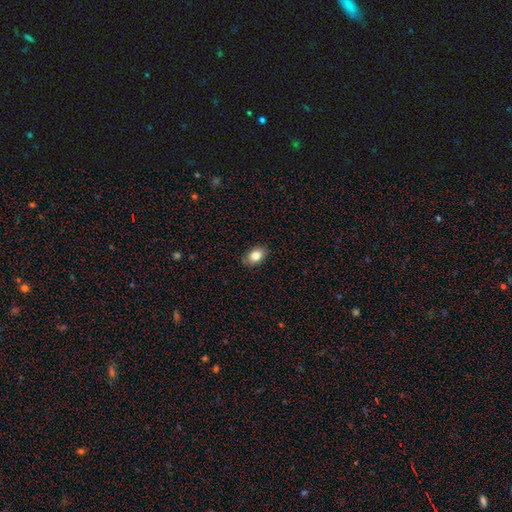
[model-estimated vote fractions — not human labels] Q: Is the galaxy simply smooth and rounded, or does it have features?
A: smooth — 83%.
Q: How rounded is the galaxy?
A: in between — 78%.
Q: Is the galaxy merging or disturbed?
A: none — 85%.